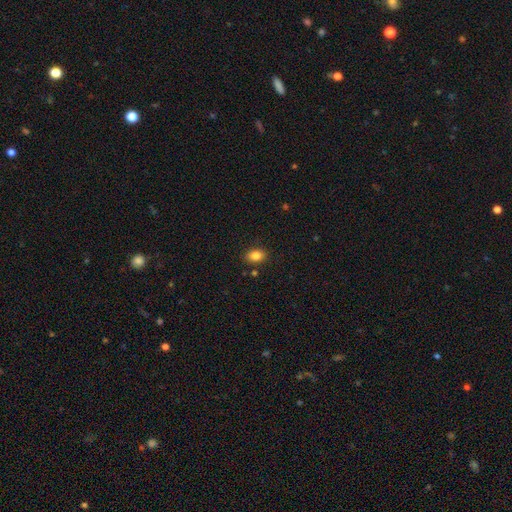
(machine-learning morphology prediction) The model was most divided on "how rounded": in between: 80%, round: 19%, cigar-shaped: 1%. More confident: merging — none (86%); smooth or featured — smooth (84%).